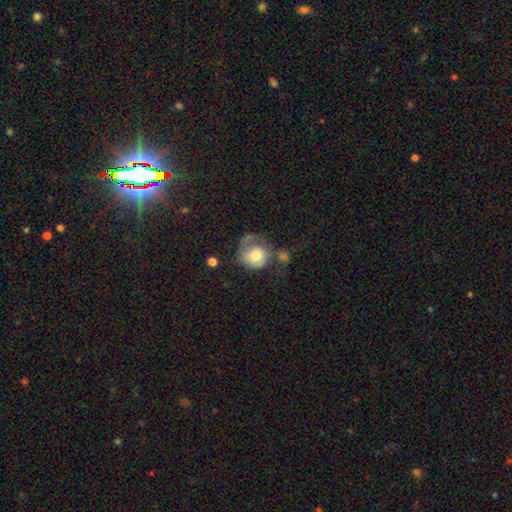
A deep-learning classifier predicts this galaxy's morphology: Smooth or featured? Predicted: smooth (p=0.59). How rounded? Predicted: round (p=0.78). Merging? Predicted: major disturbance (p=0.36).